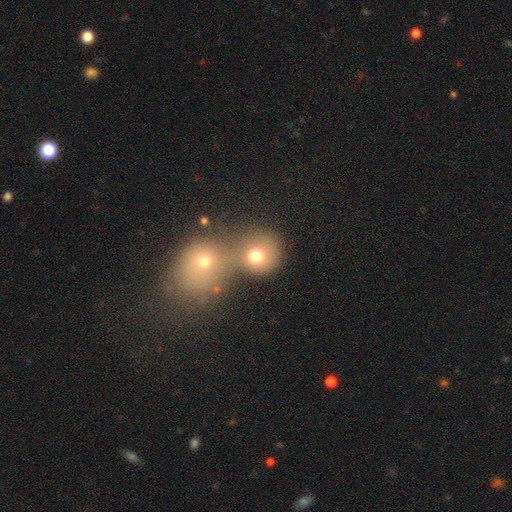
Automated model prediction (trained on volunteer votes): Smooth or featured? Predicted: smooth (p=0.73). How rounded? Predicted: round (p=0.84). Merging? Predicted: merger (p=0.58).